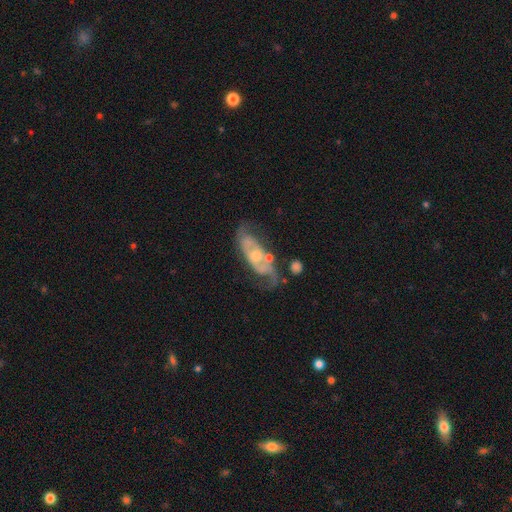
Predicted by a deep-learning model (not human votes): A featured or disk galaxy (79%) with no bar (62%), 2 (68%) medium (44%) spiral arms (87%) and a moderate central bulge (49%). Merging: none (51%).